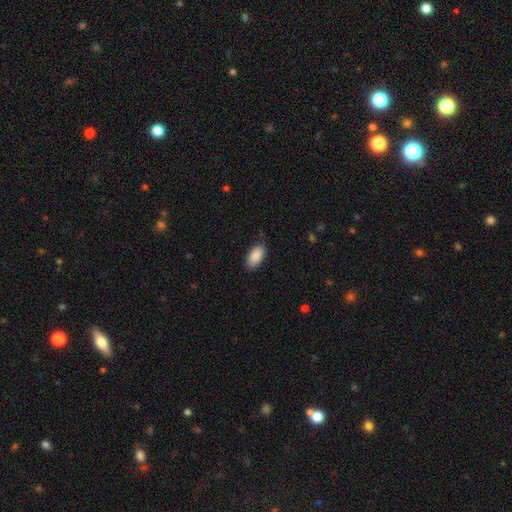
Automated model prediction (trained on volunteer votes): Smooth or featured?
  - smooth: 89% *
  - star or artifact: 6%
  - featured or disk: 4%
How rounded?
  - in between: 94% *
  - cigar-shaped: 4%
  - round: 2%
Merging?
  - none: 84% *
  - minor disturbance: 12%
  - major disturbance: 3%
  - merger: 1%